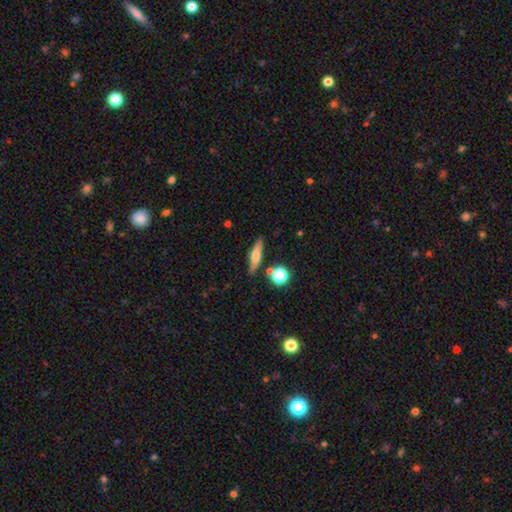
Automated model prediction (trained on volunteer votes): Smooth or featured?
  - smooth: 55% *
  - featured or disk: 36%
  - star or artifact: 9%
How rounded?
  - cigar-shaped: 70% *
  - in between: 23%
  - round: 6%
Merging?
  - none: 81% *
  - minor disturbance: 11%
  - merger: 5%
  - major disturbance: 3%